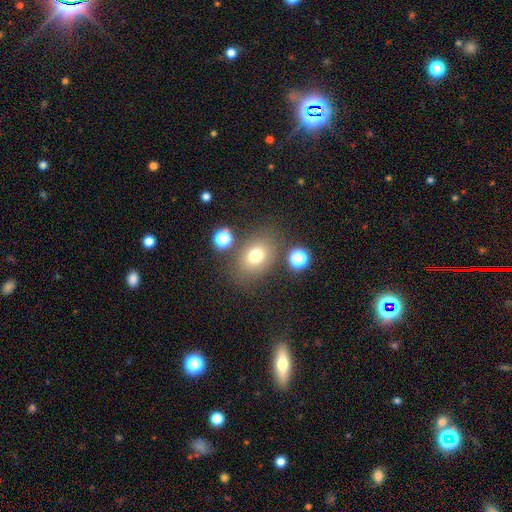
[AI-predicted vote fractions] Smooth or featured? Predicted: smooth (p=0.73). How rounded? Predicted: in between (p=0.62). Merging? Predicted: none (p=0.74).